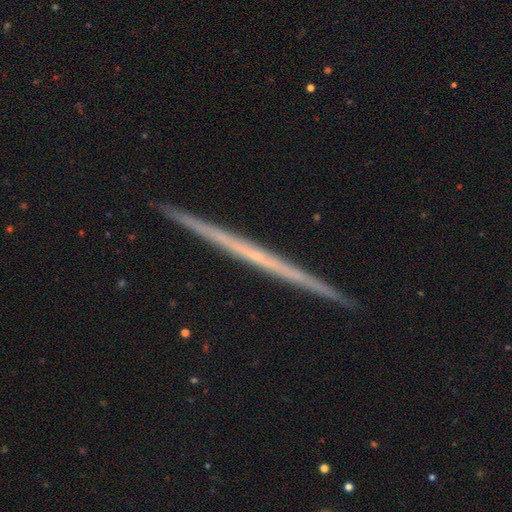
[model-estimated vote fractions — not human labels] Morphology: type=featured or disk (70%); edge-on=yes (98%); edge-on bulge=none (91%); merging=none (92%).